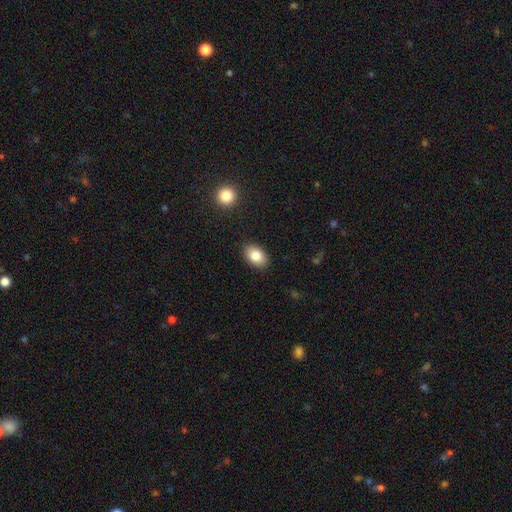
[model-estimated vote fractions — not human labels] Smooth or featured: smooth — 83% (featured or disk — 10%)
How rounded: in between — 86% (round — 13%)
Merging: none — 88% (minor disturbance — 8%)